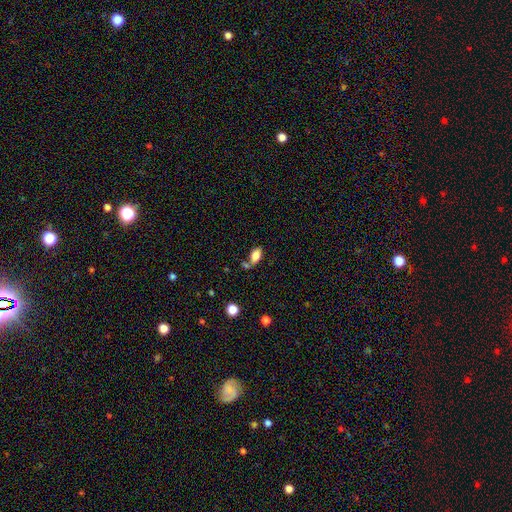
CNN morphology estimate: smooth-or-featured: smooth: 82% | featured or disk: 9% | star or artifact: 9%
  how-rounded: in between: 91% | round: 5% | cigar-shaped: 4%
  merging: none: 57% | merger: 21% | minor disturbance: 17% | major disturbance: 6%